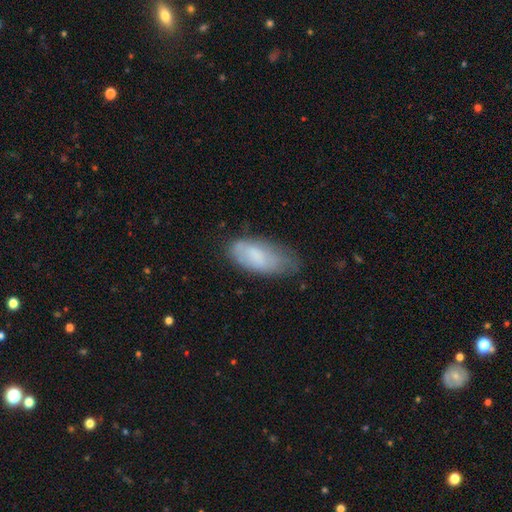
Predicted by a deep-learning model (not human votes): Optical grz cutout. It shows a smooth galaxy with no disk features (74%) that is in between round and cigar-shaped (89%). Merging: none (49%).